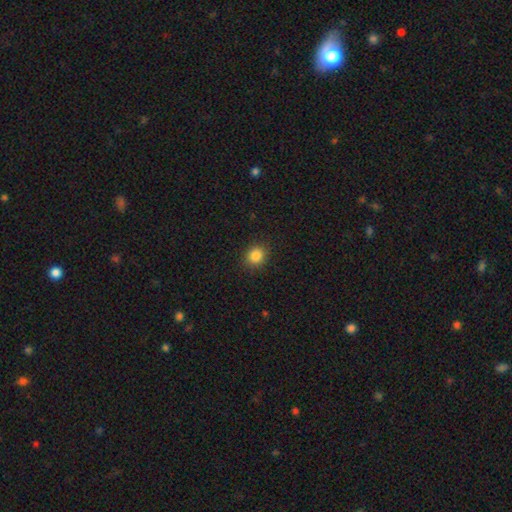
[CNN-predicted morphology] Smooth or featured?
  - smooth: 85% *
  - star or artifact: 11%
  - featured or disk: 4%
How rounded?
  - round: 79% *
  - in between: 20%
  - cigar-shaped: 1%
Merging?
  - none: 90% *
  - minor disturbance: 7%
  - major disturbance: 2%
  - merger: 1%